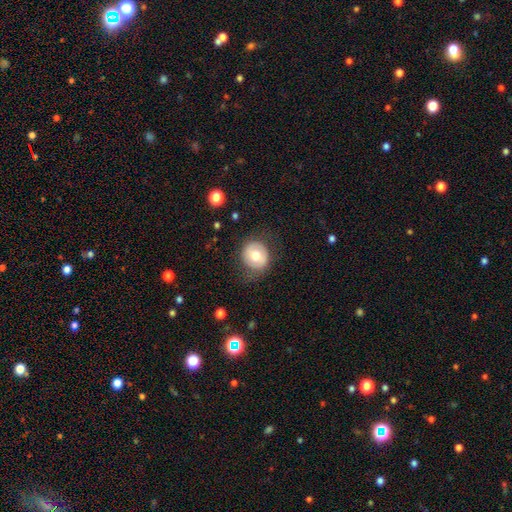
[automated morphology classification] Overall: smooth (64%; featured or disk 28%). How rounded: round (81%). Merging: none (75%).